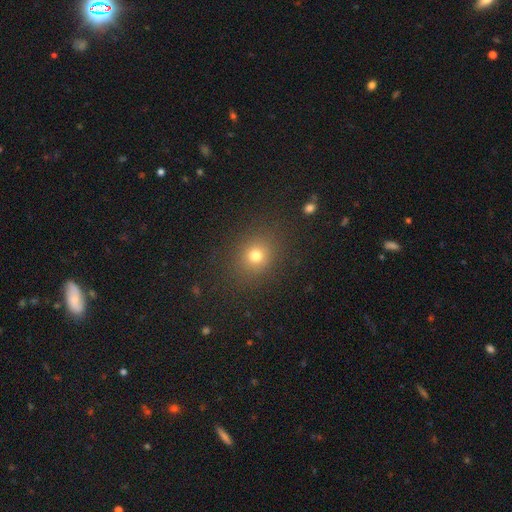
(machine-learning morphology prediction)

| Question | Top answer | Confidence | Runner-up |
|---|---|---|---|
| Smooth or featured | smooth | 74% | star or artifact (18%) |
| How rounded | round | 75% | in between (23%) |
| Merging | none | 85% | minor disturbance (9%) |